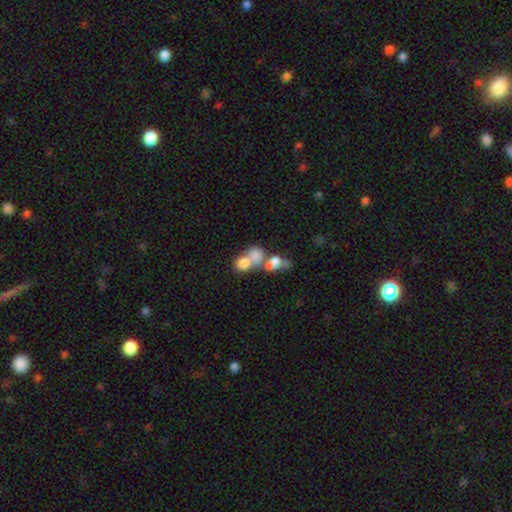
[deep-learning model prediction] This appears to be a smooth galaxy with no disk features (68%) that is round (55%). Merging: merger (64%).